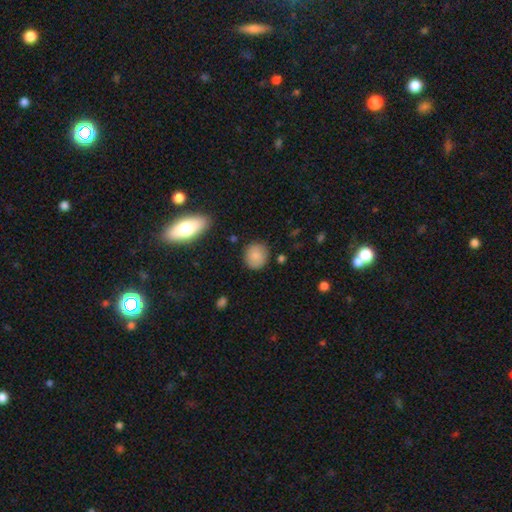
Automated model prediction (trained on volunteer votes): Smooth or featured: smooth — 84% (star or artifact — 8%)
How rounded: round — 84% (in between — 15%)
Merging: none — 84% (minor disturbance — 11%)